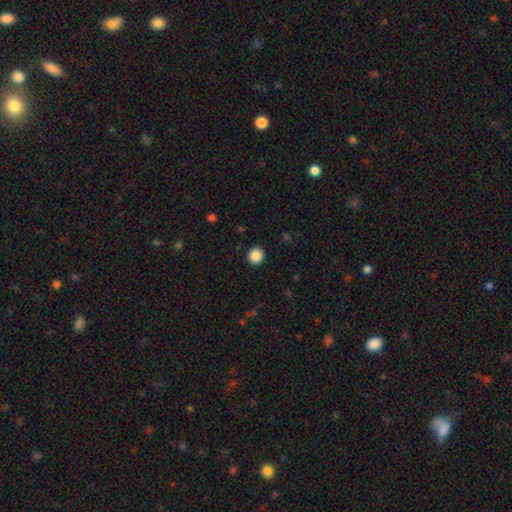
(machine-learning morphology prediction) Q: Smooth or featured?
A: smooth (88%); runner-up: star or artifact (9%)
Q: How rounded?
A: round (84%); runner-up: in between (15%)
Q: Merging?
A: none (92%); runner-up: minor disturbance (5%)